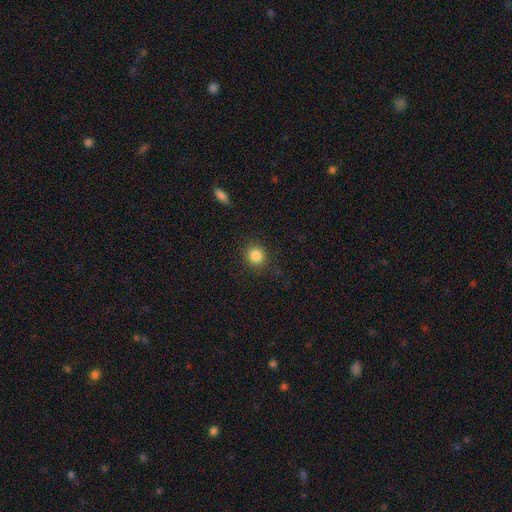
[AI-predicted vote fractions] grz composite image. It shows a smooth galaxy with no disk features (85%) that is round (89%). Merging: none (89%).